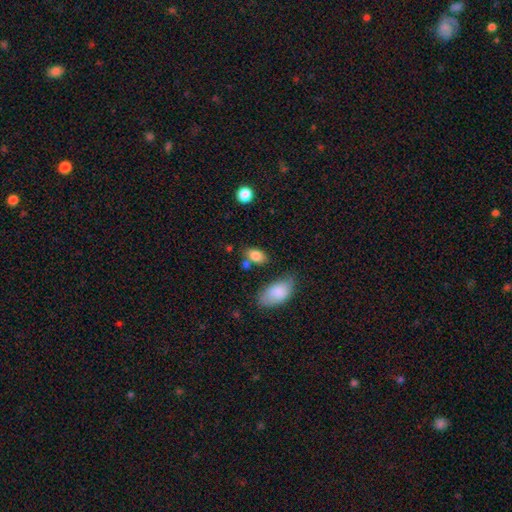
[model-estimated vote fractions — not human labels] This appears to be a smooth galaxy with no disk features (84%) that is in between round and cigar-shaped (87%). Merging: none (66%).